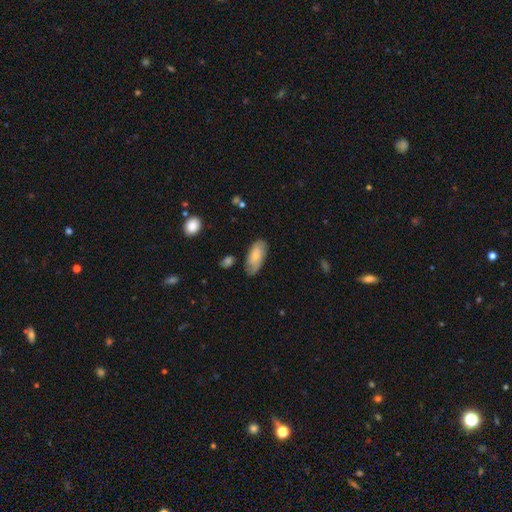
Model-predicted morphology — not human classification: type=smooth (64%); roundness=in between (90%); merging=none (71%).